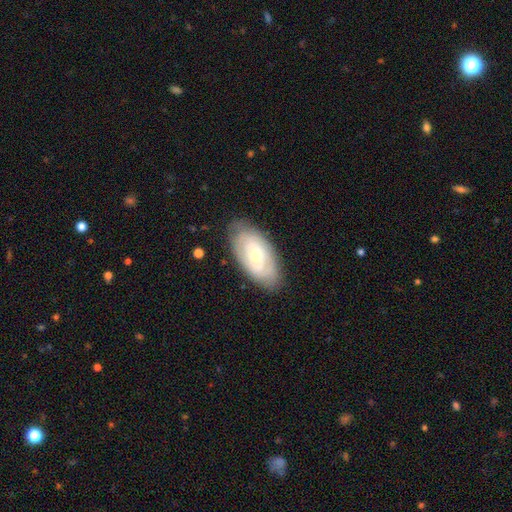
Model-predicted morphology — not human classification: Smooth or featured? featured or disk (60%)
Edge-on disk? no (91%)
Bar? no (78%)
Spiral arms? yes (61%)
Bulge size? small (50%)
Merging? none (79%)